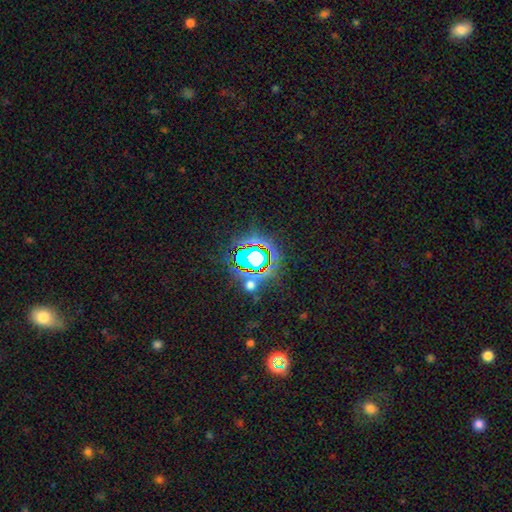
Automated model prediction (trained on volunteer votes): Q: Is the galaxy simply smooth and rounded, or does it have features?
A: star or artifact — 69%.